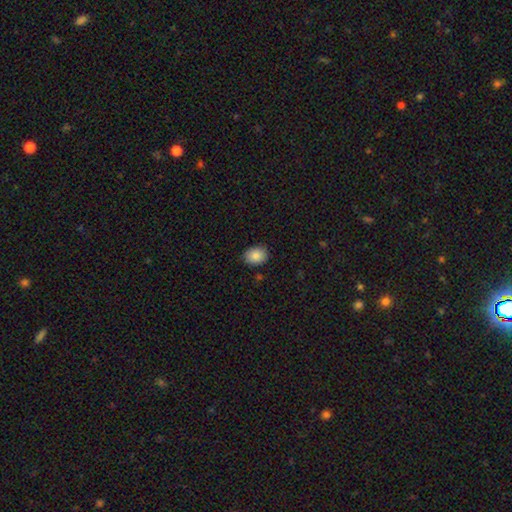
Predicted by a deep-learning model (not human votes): Smooth or featured?
  - smooth: 86% *
  - star or artifact: 8%
  - featured or disk: 6%
How rounded?
  - in between: 58% *
  - round: 41%
  - cigar-shaped: 1%
Merging?
  - none: 86% *
  - minor disturbance: 11%
  - major disturbance: 2%
  - merger: 1%